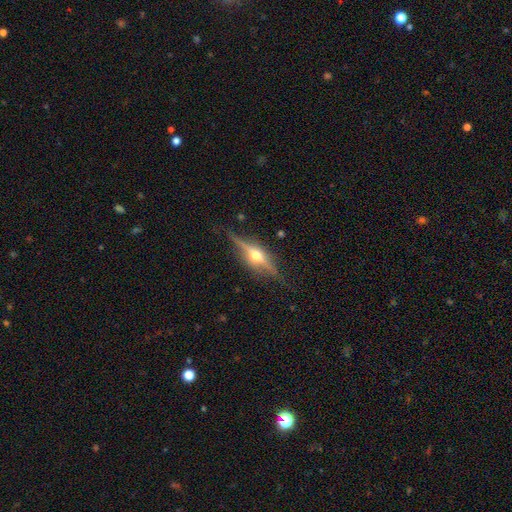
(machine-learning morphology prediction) type=featured or disk (79%); edge-on=yes (96%); edge-on bulge=rounded (94%); merging=none (85%).